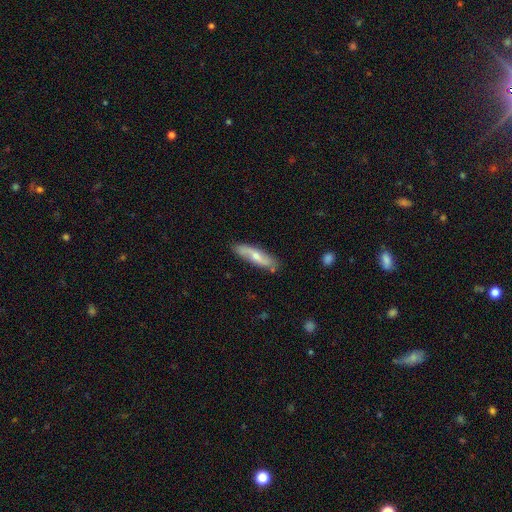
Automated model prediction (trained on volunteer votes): Smooth or featured?
  - featured or disk: 53% *
  - smooth: 41%
  - star or artifact: 6%
Edge-on disk?
  - no: 60% *
  - yes: 40%
Merging?
  - none: 83% *
  - minor disturbance: 13%
  - major disturbance: 2%
  - merger: 2%